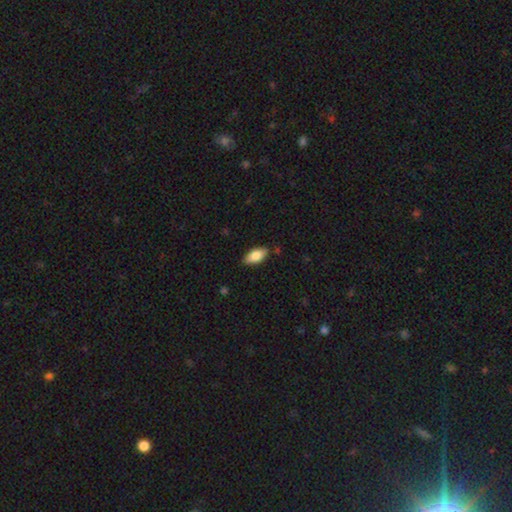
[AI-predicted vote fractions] This appears to be a smooth galaxy with no disk features (80%) that is in between round and cigar-shaped (90%). Merging: none (83%).